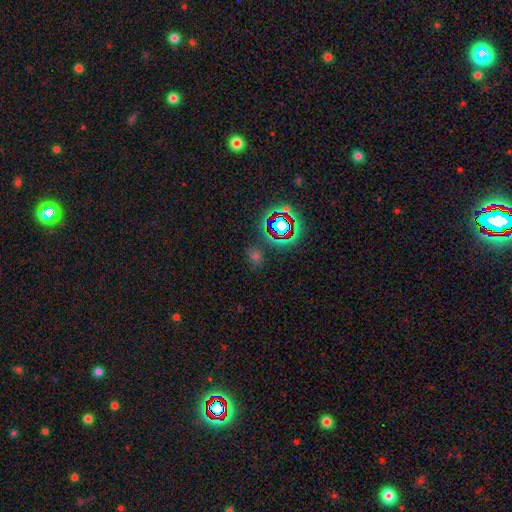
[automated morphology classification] star or artifact 49%, smooth 41%, featured or disk 11%.